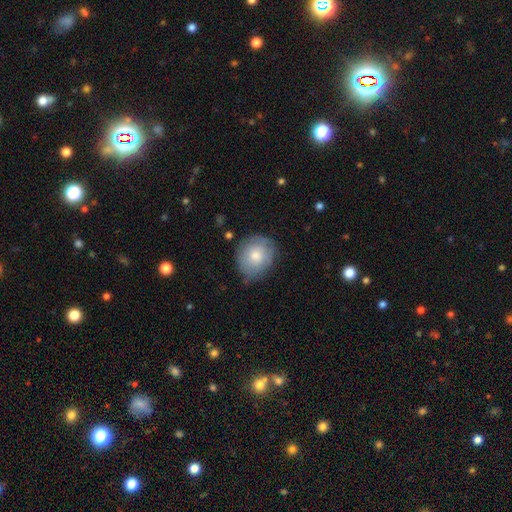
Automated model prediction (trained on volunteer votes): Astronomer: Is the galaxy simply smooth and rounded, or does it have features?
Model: smooth — 71%.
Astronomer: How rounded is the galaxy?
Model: round — 77%.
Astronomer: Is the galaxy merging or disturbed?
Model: none — 63%.